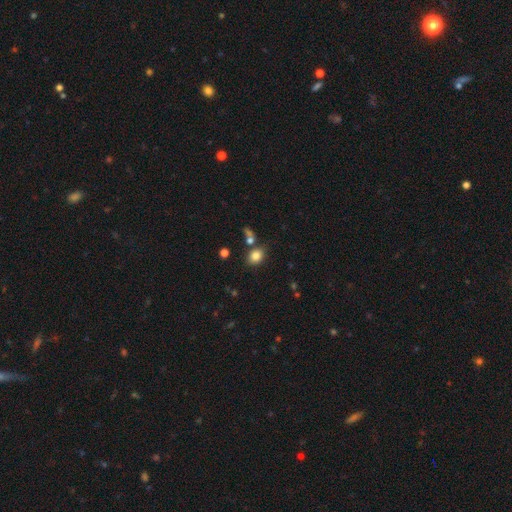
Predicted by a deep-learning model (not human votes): smooth 83%, star or artifact 11%, featured or disk 6%. Down the decision tree: how rounded — in between (55%); merging — none (71%).